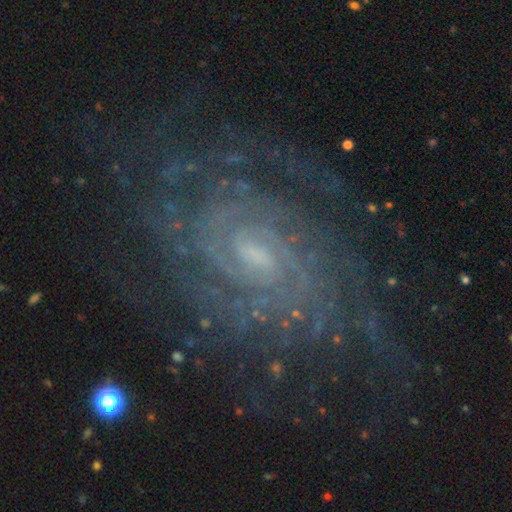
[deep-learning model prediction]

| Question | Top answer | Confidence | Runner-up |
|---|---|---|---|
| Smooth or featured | featured or disk | 85% | star or artifact (9%) |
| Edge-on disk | no | 97% | yes (3%) |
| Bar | weak | 45% | no (44%) |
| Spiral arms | yes | 96% | no (4%) |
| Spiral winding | tight | 73% | medium (22%) |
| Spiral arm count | can't tell | 43% | 2 (14%) |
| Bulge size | small | 66% | moderate (27%) |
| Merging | none | 77% | minor disturbance (14%) |